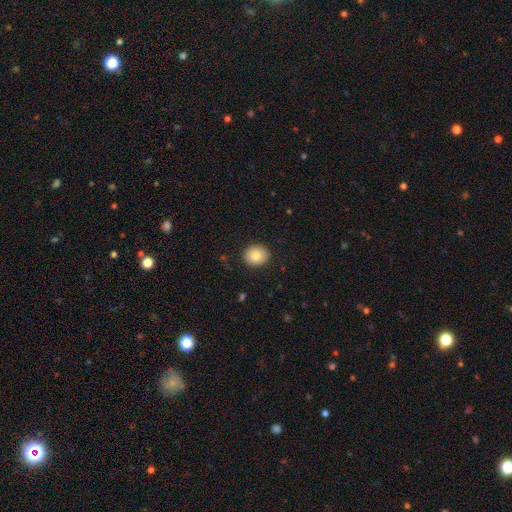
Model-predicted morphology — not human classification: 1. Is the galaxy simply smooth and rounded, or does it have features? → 82% smooth, 9% featured or disk, 8% star or artifact.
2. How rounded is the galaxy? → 79% round, 20% in between, 1% cigar-shaped.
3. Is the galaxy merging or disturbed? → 89% none, 7% minor disturbance, 2% major disturbance, 1% merger.